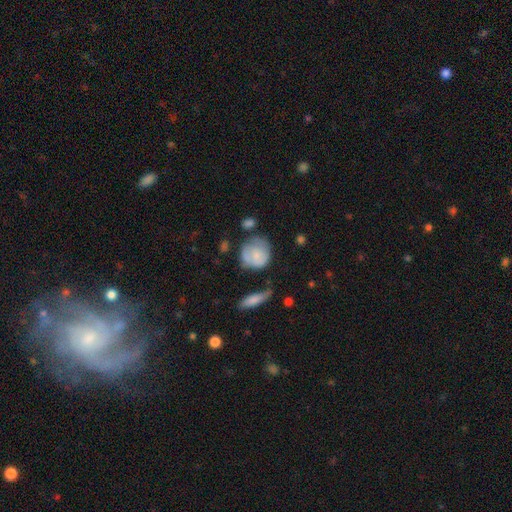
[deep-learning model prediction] Smooth or featured? smooth (69%)
How rounded? round (79%)
Merging? none (43%)